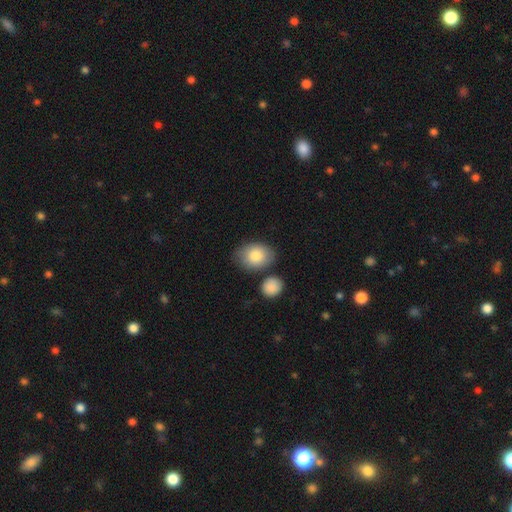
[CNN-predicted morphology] This appears to be a smooth galaxy with no disk features (84%) that is in between round and cigar-shaped (73%). Merging: none (69%).